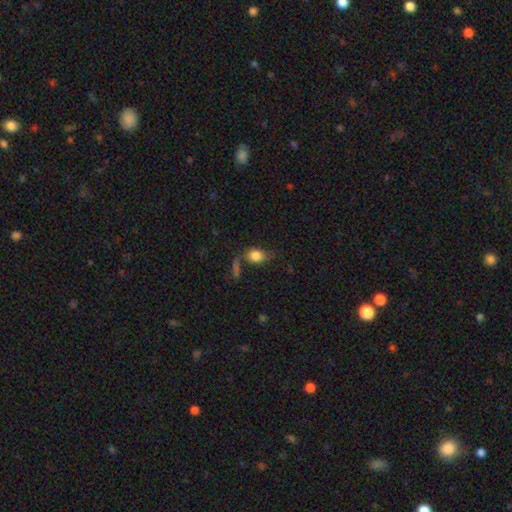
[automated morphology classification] Smooth or featured? smooth (79%)
How rounded? in between (63%)
Merging? none (50%)